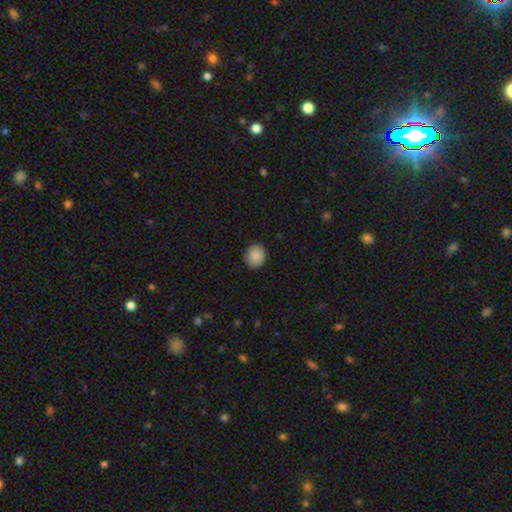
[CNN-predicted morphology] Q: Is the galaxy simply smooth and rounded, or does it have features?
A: smooth — 89%.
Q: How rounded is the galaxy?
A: round — 79%.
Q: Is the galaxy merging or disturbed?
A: none — 90%.